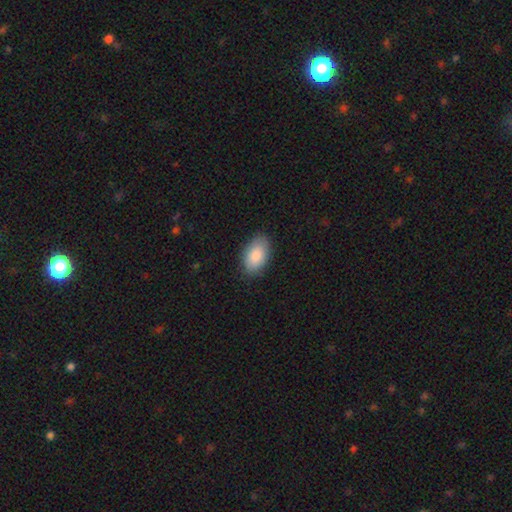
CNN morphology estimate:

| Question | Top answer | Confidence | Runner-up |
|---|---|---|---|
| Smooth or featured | smooth | 87% | featured or disk (7%) |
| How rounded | in between | 93% | round (5%) |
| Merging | none | 86% | minor disturbance (11%) |